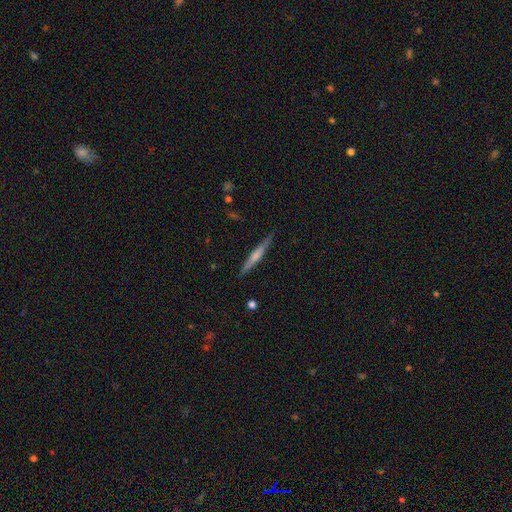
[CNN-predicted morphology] Q: Smooth or featured?
A: featured or disk (48%); runner-up: smooth (46%)
Q: Merging?
A: none (87%); runner-up: minor disturbance (10%)